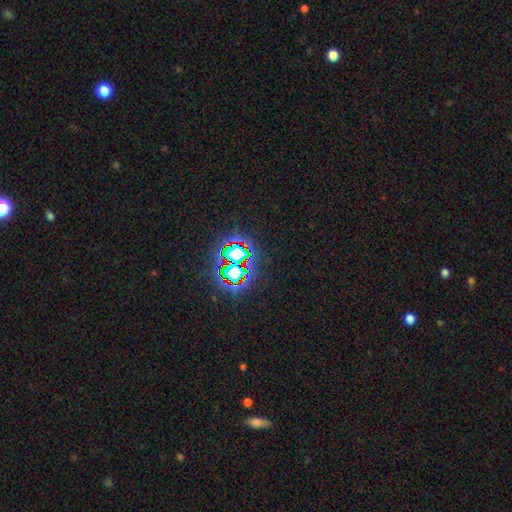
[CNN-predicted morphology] Q: Smooth or featured?
A: star or artifact (81%); runner-up: smooth (12%)